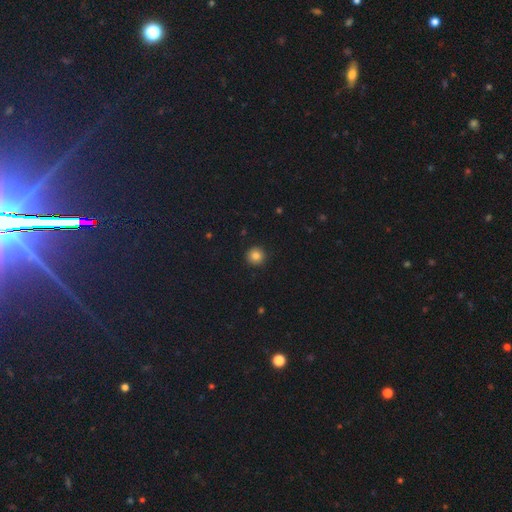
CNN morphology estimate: Smooth or featured?
  - smooth: 84% *
  - star or artifact: 11%
  - featured or disk: 4%
How rounded?
  - round: 95% *
  - in between: 4%
  - cigar-shaped: 1%
Merging?
  - none: 93% *
  - minor disturbance: 5%
  - major disturbance: 2%
  - merger: 1%